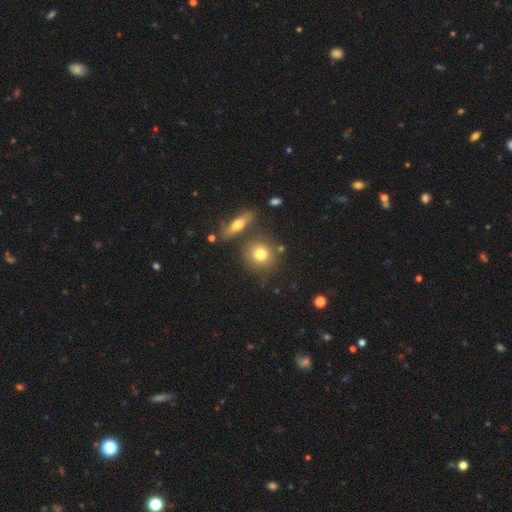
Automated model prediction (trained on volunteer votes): The model was most divided on "smooth or featured": smooth: 54%, star or artifact: 26%, featured or disk: 19%. More confident: how rounded — round (76%); merging — none (57%).